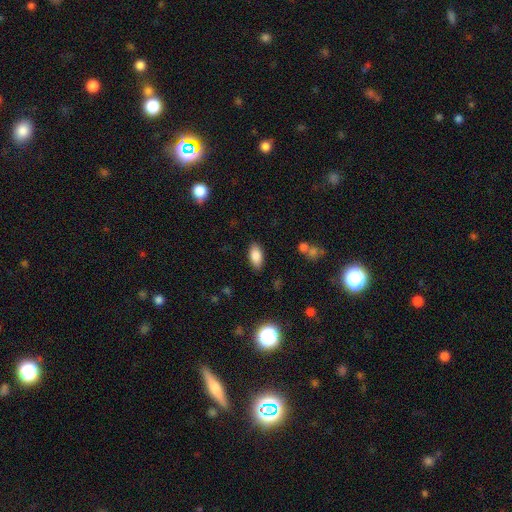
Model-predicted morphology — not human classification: The model was most divided on "merging": none: 86%, minor disturbance: 10%, major disturbance: 3%, merger: 1%. More confident: how rounded — in between (92%); smooth or featured — smooth (85%).